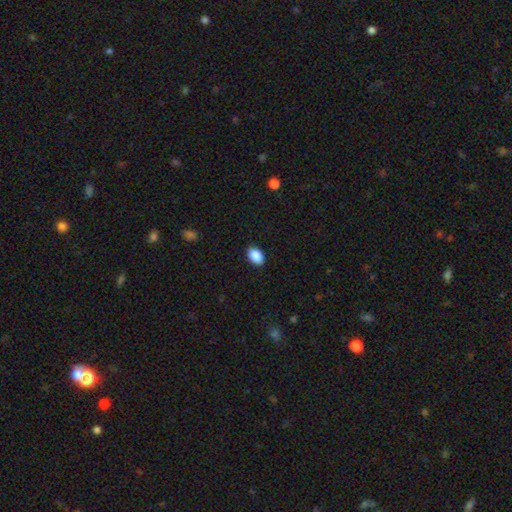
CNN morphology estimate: Q: Smooth or featured?
A: smooth (90%); runner-up: star or artifact (7%)
Q: How rounded?
A: in between (88%); runner-up: round (11%)
Q: Merging?
A: none (89%); runner-up: minor disturbance (9%)